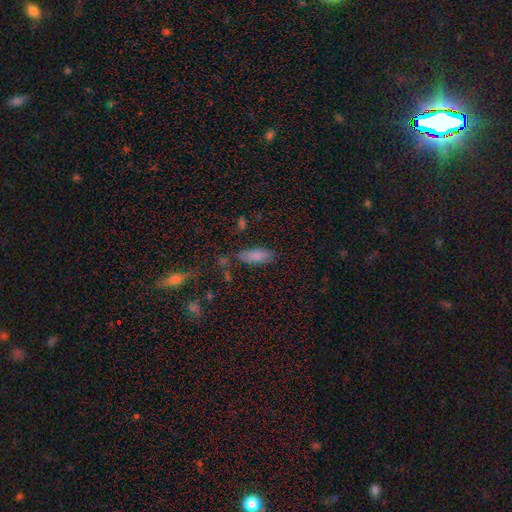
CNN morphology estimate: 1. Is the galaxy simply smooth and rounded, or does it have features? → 82% smooth, 10% star or artifact, 7% featured or disk.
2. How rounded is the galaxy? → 75% in between, 23% cigar-shaped, 2% round.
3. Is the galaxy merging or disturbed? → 74% none, 16% minor disturbance, 6% merger, 5% major disturbance.